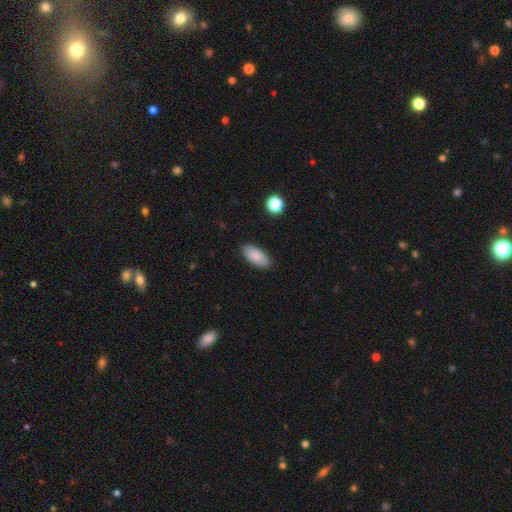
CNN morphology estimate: This appears to be a smooth galaxy with no disk features (87%) that is in between round and cigar-shaped (91%). Merging: none (87%).